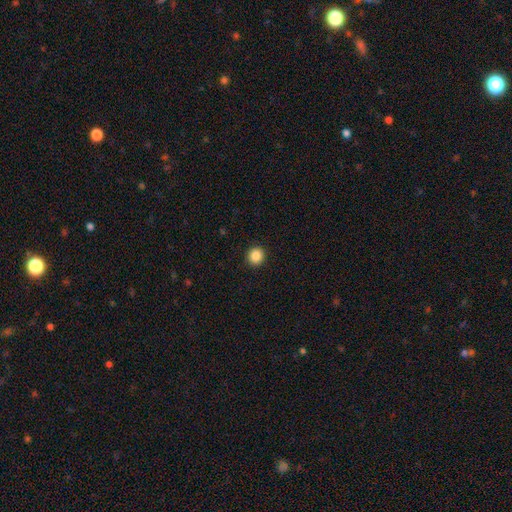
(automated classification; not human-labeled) A smooth galaxy with no disk features (87%) that is round (91%).

Vote fractions:
- Smooth or featured? smooth: 87% / star or artifact: 10% / featured or disk: 3%
- How rounded? round: 91% / in between: 8% / cigar-shaped: 1%
- Merging? none: 93% / minor disturbance: 5% / major disturbance: 2% / merger: 1%